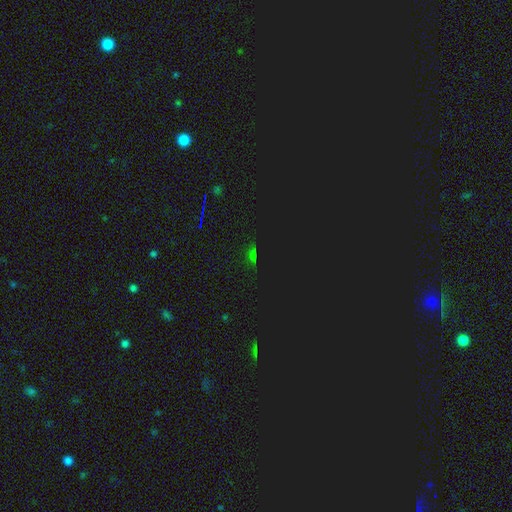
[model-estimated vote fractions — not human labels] A star or artifact, not a galaxy (67%).